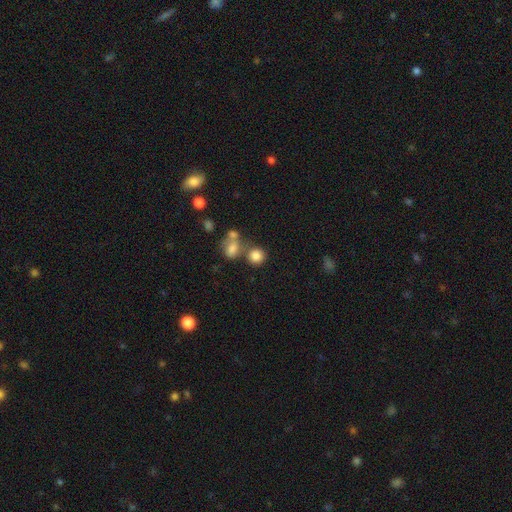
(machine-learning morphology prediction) The model was most divided on "merging": none: 59%, merger: 26%, minor disturbance: 10%, major disturbance: 5%. More confident: how rounded — round (84%); smooth or featured — smooth (82%).